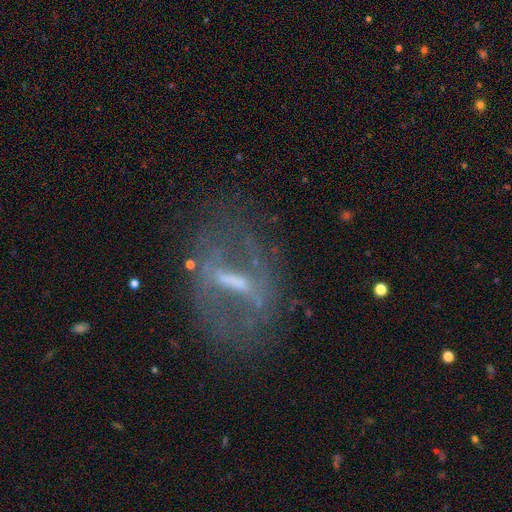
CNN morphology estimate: Smooth or featured?
  - featured or disk: 74% *
  - smooth: 15%
  - star or artifact: 11%
Edge-on disk?
  - no: 79% *
  - yes: 21%
Bar?
  - strong: 62% *
  - weak: 27%
  - no: 11%
Spiral arms?
  - no: 61% *
  - yes: 39%
Bulge size?
  - small: 34% *
  - moderate: 33%
  - none: 26%
  - large: 6%
  - dominant: 1%
Merging?
  - none: 67% *
  - minor disturbance: 16%
  - major disturbance: 15%
  - merger: 3%